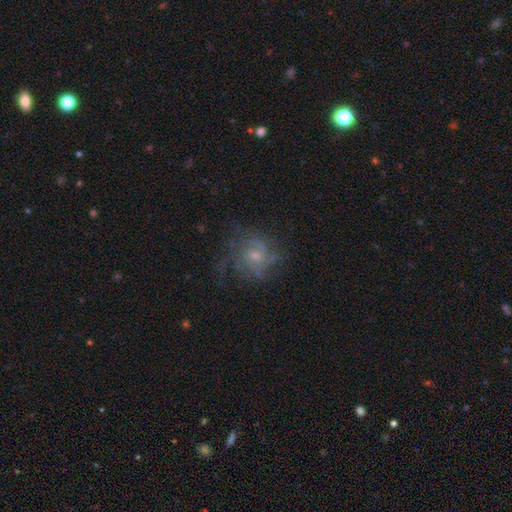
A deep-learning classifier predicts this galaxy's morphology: This is likely a featured or disk galaxy (72%). It is clearly not viewed edge-on (97%). Bar: likely no (70%). Spiral arm pattern: clearly yes (86%). Spiral arm count: marginally can't tell (41%). Spiral winding: marginally medium (41%, tied with tight). Central bulge: likely small (65%). Merging: likely none (62%).